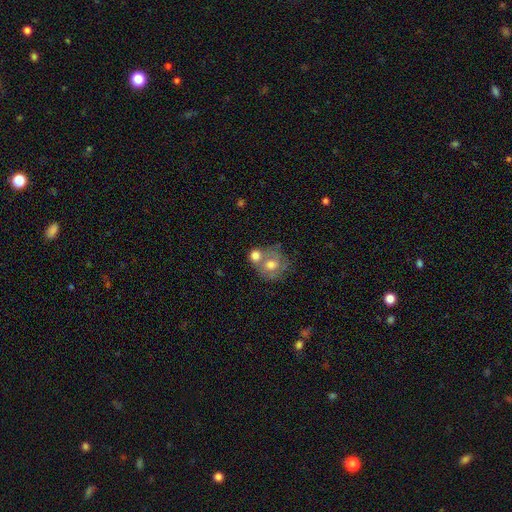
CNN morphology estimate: Q: Smooth or featured?
A: smooth (62%); runner-up: featured or disk (30%)
Q: How rounded?
A: round (74%); runner-up: in between (25%)
Q: Merging?
A: merger (52%); runner-up: none (32%)